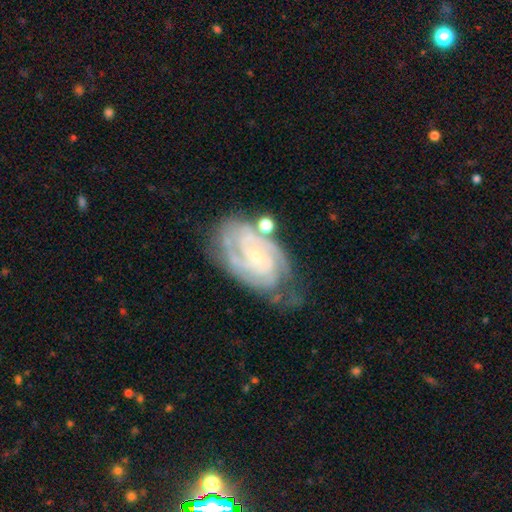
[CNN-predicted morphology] This is clearly a featured or disk galaxy (88%). It is clearly not viewed edge-on (97%). Bar: likely no (62%). Spiral arm pattern: clearly yes (97%). Spiral arm count: marginally 2 (34%). Spiral winding: likely tight (71%). Central bulge: likely small (78%). Merging: possibly none (59%).